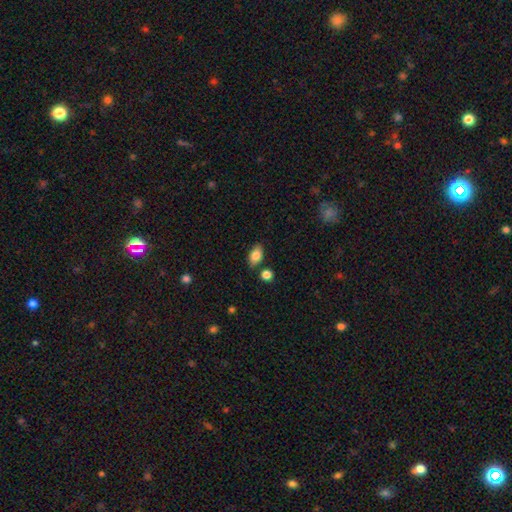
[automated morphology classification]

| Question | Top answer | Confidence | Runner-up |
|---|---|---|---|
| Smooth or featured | smooth | 83% | featured or disk (9%) |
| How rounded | in between | 87% | round (11%) |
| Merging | none | 77% | minor disturbance (13%) |